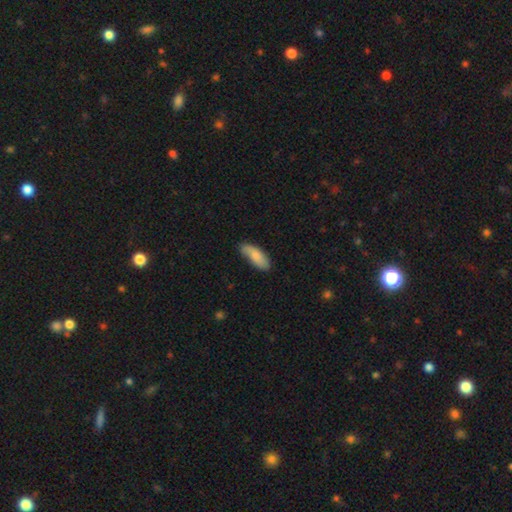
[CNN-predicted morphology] Overall: smooth (80%). How rounded: in between (71%). Merging: none (71%).